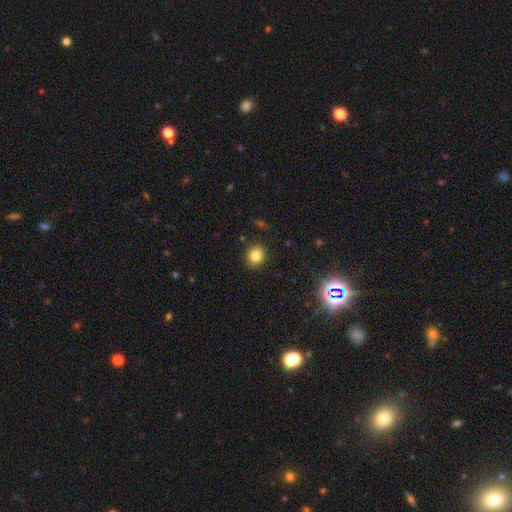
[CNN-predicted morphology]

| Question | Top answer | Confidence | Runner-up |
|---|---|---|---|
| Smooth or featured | smooth | 81% | star or artifact (13%) |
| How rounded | round | 85% | in between (14%) |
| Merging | none | 90% | minor disturbance (6%) |